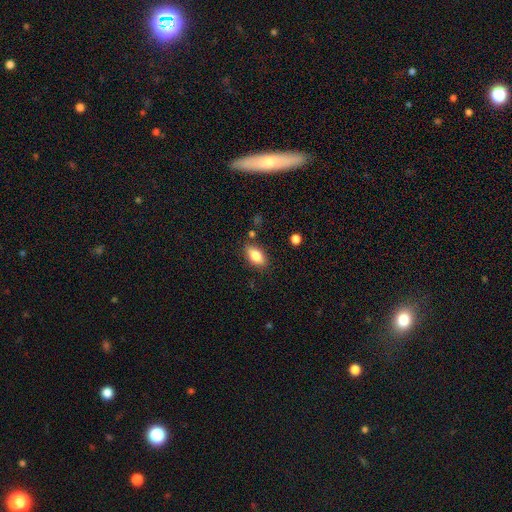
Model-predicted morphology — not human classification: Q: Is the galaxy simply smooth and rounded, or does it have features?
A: smooth — 80%.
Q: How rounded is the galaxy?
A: in between — 88%.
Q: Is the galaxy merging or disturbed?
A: none — 83%.